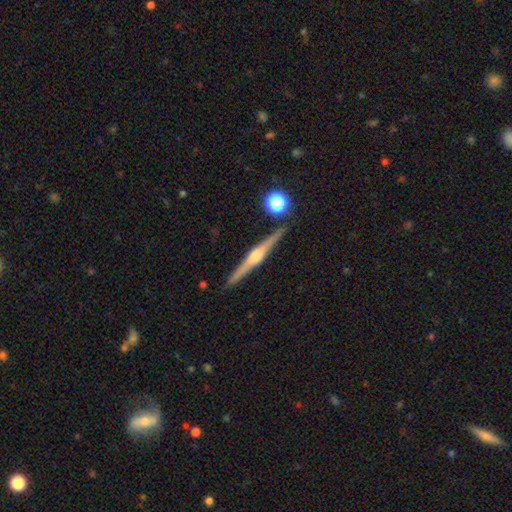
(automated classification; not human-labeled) Smooth or featured?
  - featured or disk: 83% *
  - smooth: 11%
  - star or artifact: 6%
Edge-on disk?
  - yes: 98% *
  - no: 2%
Edge-on bulge?
  - rounded: 87% *
  - boxy: 8%
  - none: 4%
Merging?
  - none: 91% *
  - minor disturbance: 6%
  - merger: 2%
  - major disturbance: 1%